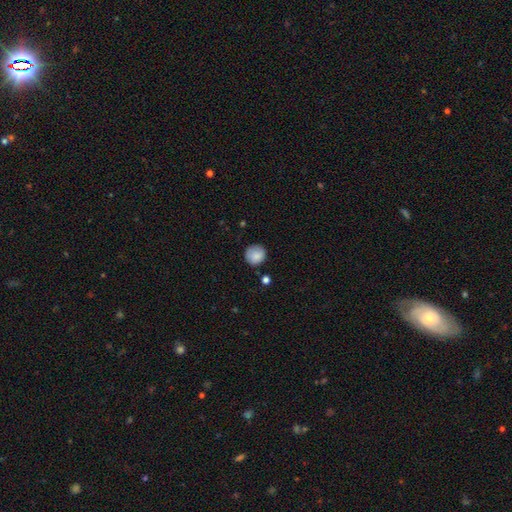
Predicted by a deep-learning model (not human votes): A smooth galaxy with no disk features (86%) that is round (91%). Merging: none (80%).